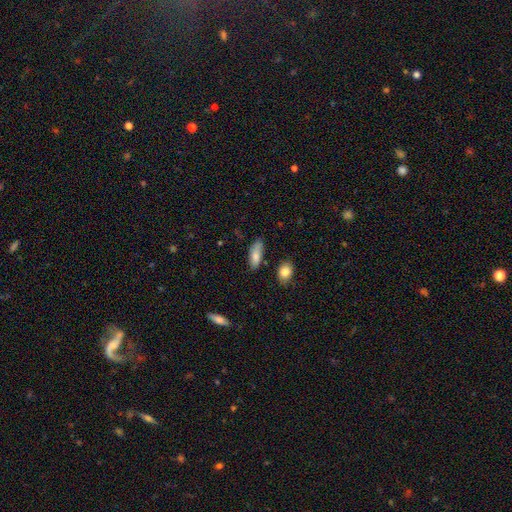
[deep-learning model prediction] A smooth galaxy with no disk features (80%) that is in between round and cigar-shaped (75%).

Vote fractions:
- Smooth or featured? smooth: 80% / featured or disk: 13% / star or artifact: 7%
- How rounded? in between: 75% / cigar-shaped: 23% / round: 2%
- Merging? none: 70% / minor disturbance: 21% / major disturbance: 4% / merger: 4%